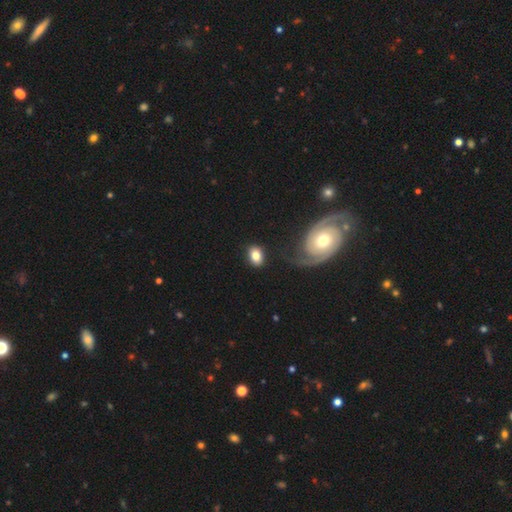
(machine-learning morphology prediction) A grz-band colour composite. It shows a smooth galaxy with no disk features (79%) that is in between round and cigar-shaped (77%). Merging: none (80%).